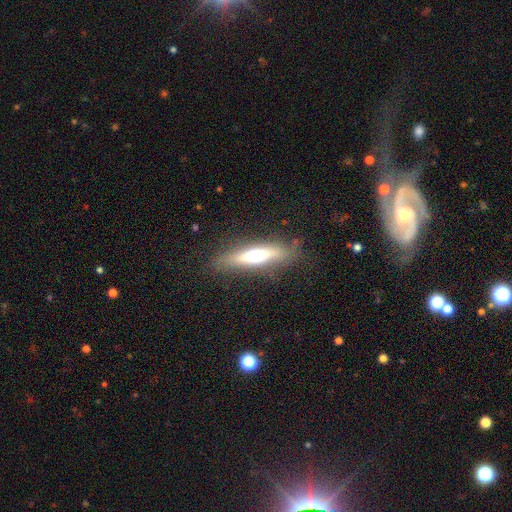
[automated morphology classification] A featured or disk galaxy (48%). Merging: none (81%).